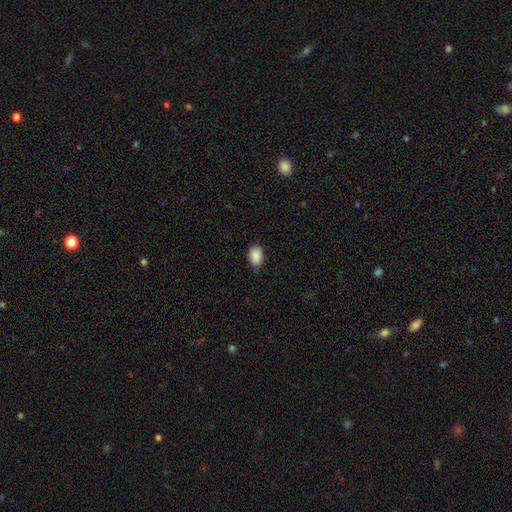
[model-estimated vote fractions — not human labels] Morphology: type=smooth (89%); roundness=in between (84%); merging=none (69%).